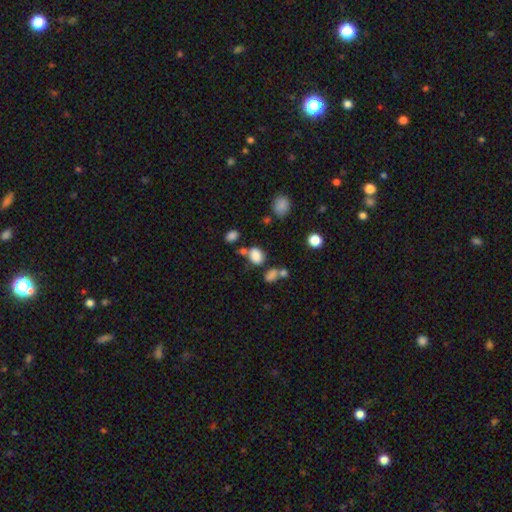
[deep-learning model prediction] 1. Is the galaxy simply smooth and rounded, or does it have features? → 80% smooth, 13% star or artifact, 7% featured or disk.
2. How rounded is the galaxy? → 60% in between, 39% round, 1% cigar-shaped.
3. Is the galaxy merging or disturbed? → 56% none, 21% merger, 16% minor disturbance, 7% major disturbance.